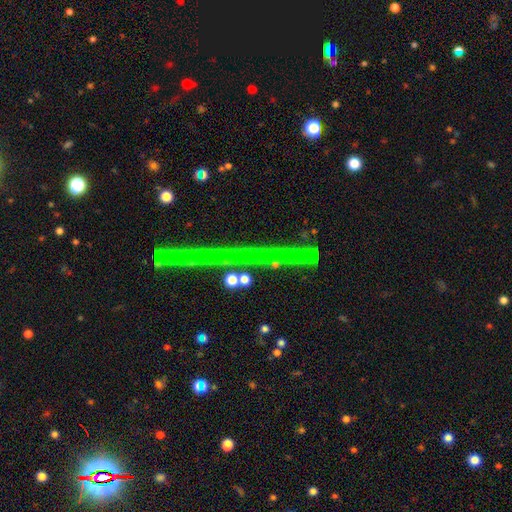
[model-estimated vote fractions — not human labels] This is possibly a featured or disk galaxy (54%). It is clearly viewed edge-on (95%). Edge-on bulge: likely none (79%). Merging: clearly none (89%).